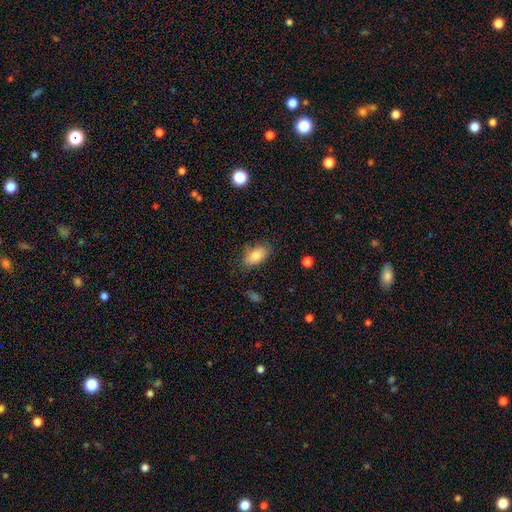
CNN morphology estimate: Overall: smooth (83%). How rounded: in between (91%). Merging: none (77%).